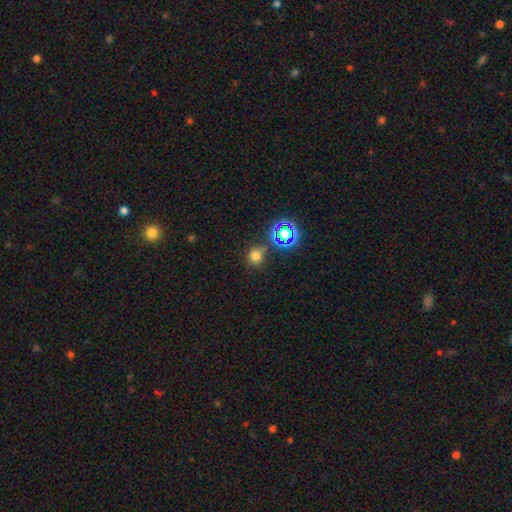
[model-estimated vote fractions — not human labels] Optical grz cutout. It shows a smooth galaxy with no disk features (68%) that is round (88%). Merging: none (78%).